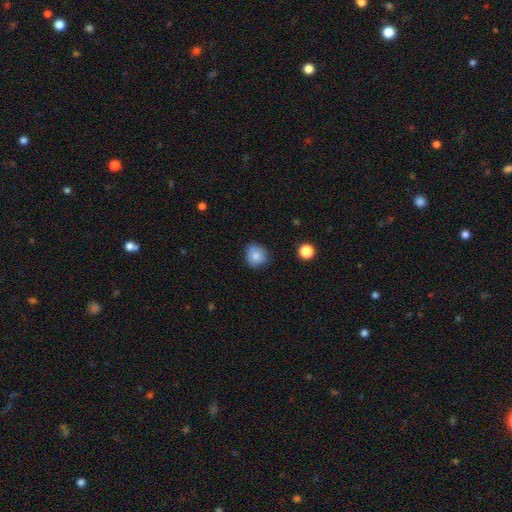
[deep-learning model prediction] Smooth or featured?
  - smooth: 82% *
  - star or artifact: 9%
  - featured or disk: 8%
How rounded?
  - round: 79% *
  - in between: 20%
  - cigar-shaped: 1%
Merging?
  - none: 74% *
  - minor disturbance: 21%
  - major disturbance: 4%
  - merger: 2%